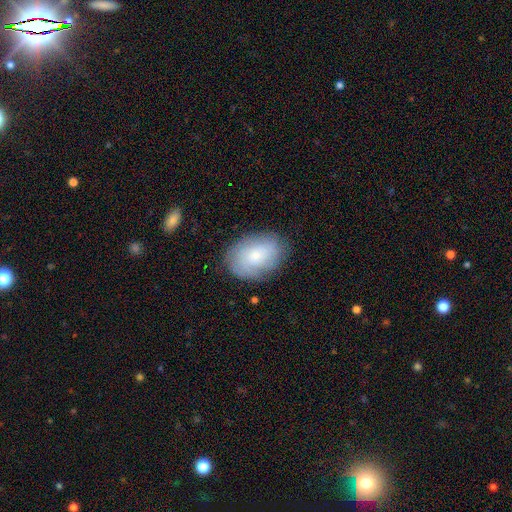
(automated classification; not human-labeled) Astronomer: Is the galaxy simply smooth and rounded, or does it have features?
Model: smooth — 69%.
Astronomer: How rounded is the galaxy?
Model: in between — 82%.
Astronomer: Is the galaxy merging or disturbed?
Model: none — 78%.